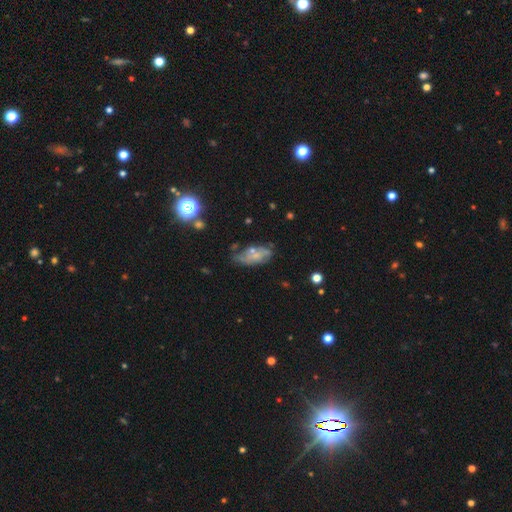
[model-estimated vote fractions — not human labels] Smooth or featured?
  - featured or disk: 47% *
  - smooth: 39%
  - star or artifact: 14%
Merging?
  - none: 48% *
  - minor disturbance: 28%
  - major disturbance: 16%
  - merger: 9%